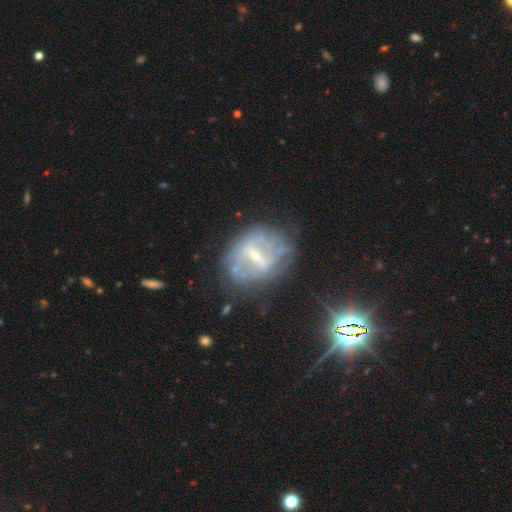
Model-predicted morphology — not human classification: Smooth or featured? Predicted: featured or disk (p=0.74). Edge-on disk? Predicted: no (p=0.95). Bar? Predicted: strong (p=0.48). Spiral arms? Predicted: yes (p=0.54). Bulge size? Predicted: small (p=0.55). Merging? Predicted: none (p=0.58).